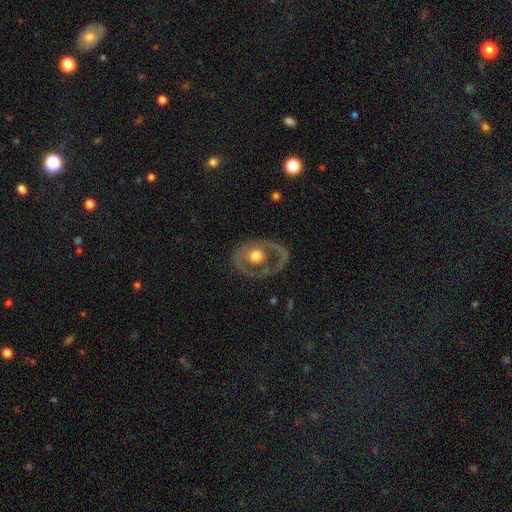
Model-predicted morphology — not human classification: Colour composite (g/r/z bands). It shows a featured or disk galaxy (65%) with no bar (85%), no spiral arms (70%) and a moderate central bulge (69%). Merging: none (65%).